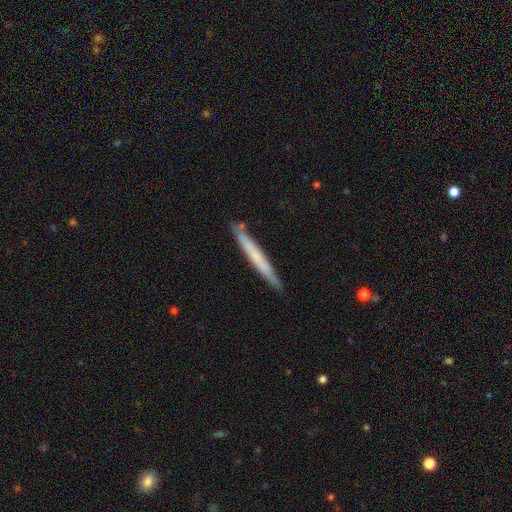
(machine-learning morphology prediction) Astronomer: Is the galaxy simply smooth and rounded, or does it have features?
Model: smooth — 56% (runner-up: featured or disk, 39%).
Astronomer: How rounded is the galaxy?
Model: cigar-shaped — 97%.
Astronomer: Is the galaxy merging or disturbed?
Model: none — 85%.